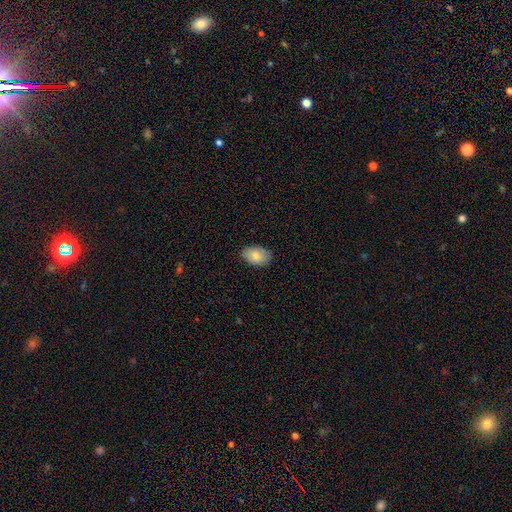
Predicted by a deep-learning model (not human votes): smooth_or_featured: smooth (p=0.83) [alt: featured or disk p=0.11]
how_rounded: in between (p=0.90) [alt: round p=0.09]
merging: none (p=0.83) [alt: minor disturbance p=0.13]